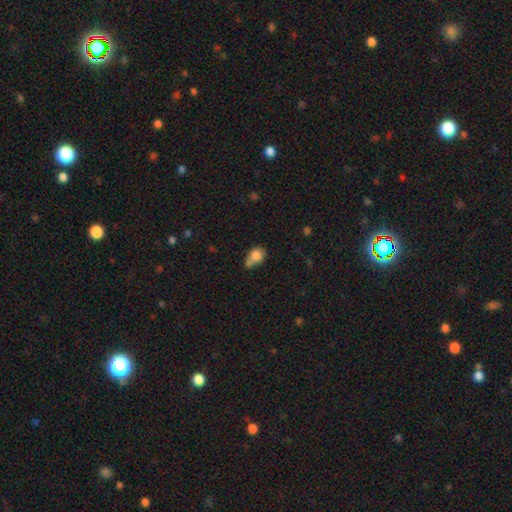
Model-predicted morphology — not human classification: Smooth or featured: smooth — 79% (featured or disk — 11%)
How rounded: in between — 50% (round — 48%)
Merging: merger — 43% (none — 31%)